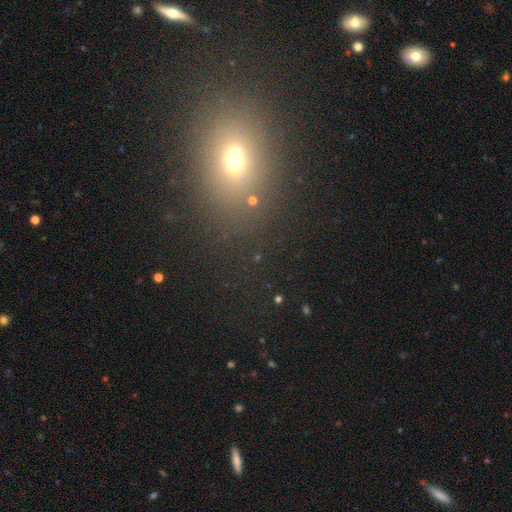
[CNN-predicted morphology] smooth 51%, star or artifact 38%, featured or disk 11%. Down the decision tree: how rounded — in between (53%); merging — none (82%).